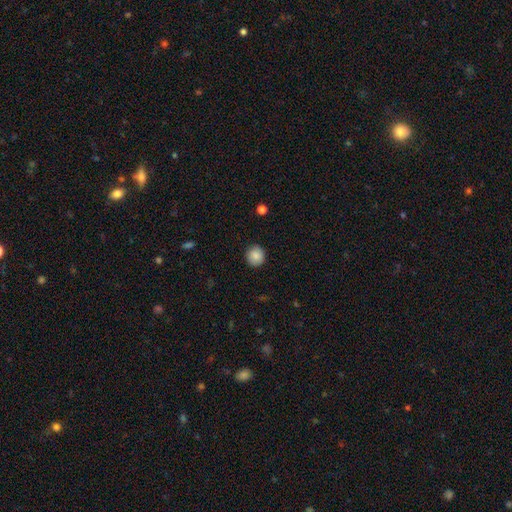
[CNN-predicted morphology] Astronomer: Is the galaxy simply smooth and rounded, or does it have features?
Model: smooth — 86%.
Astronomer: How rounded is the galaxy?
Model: round — 89%.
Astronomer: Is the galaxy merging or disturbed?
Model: none — 90%.